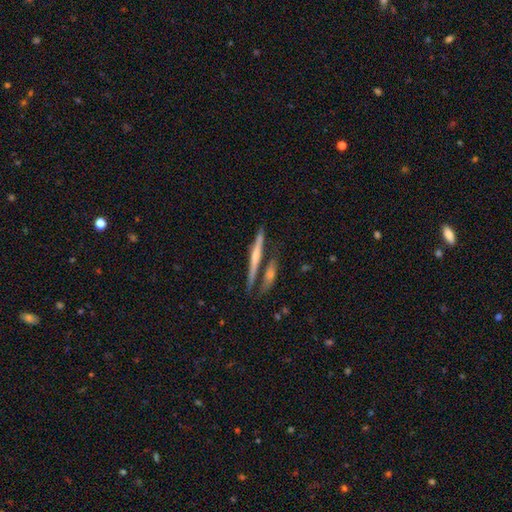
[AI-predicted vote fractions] Smooth or featured?
  - featured or disk: 63% *
  - smooth: 30%
  - star or artifact: 7%
Edge-on disk?
  - yes: 95% *
  - no: 5%
Edge-on bulge?
  - rounded: 57% *
  - none: 33%
  - boxy: 9%
Merging?
  - none: 68% *
  - merger: 18%
  - minor disturbance: 10%
  - major disturbance: 4%